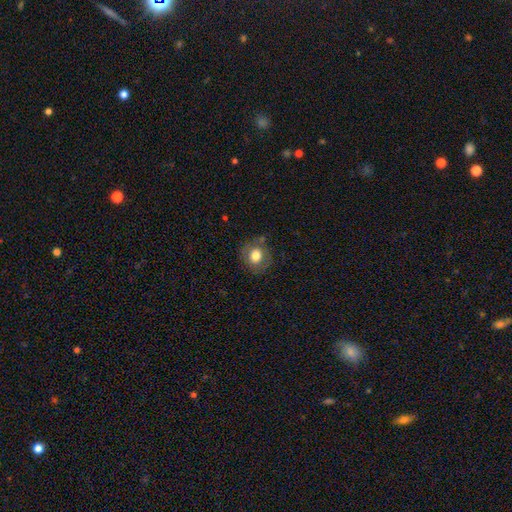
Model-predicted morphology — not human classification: This is likely a smooth galaxy (71%). How rounded: clearly round (81%). Merging: likely none (74%).